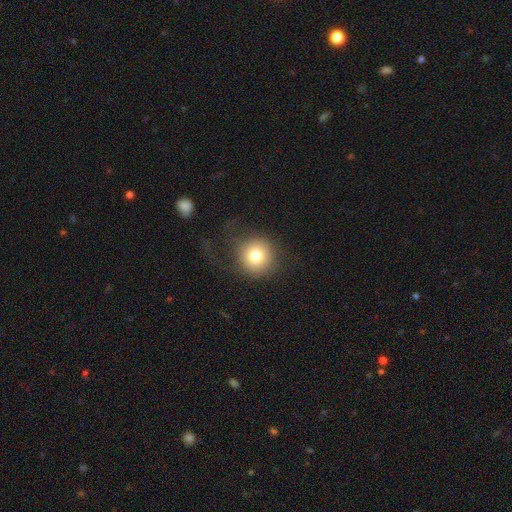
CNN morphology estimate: Smooth or featured? smooth (77%)
How rounded? round (93%)
Merging? none (69%)